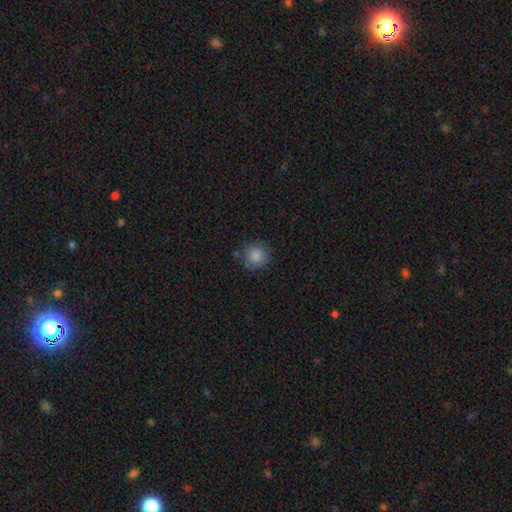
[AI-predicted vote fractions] smooth 85%, star or artifact 9%, featured or disk 5%. Down the decision tree: how rounded — round (91%); merging — none (80%).